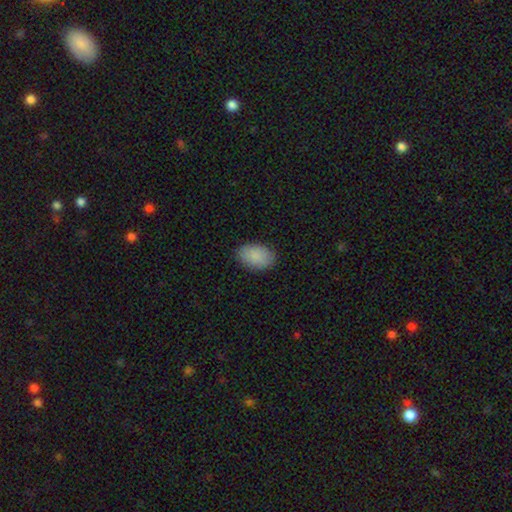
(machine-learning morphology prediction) The model was most divided on "merging": none: 87%, minor disturbance: 10%, major disturbance: 2%, merger: 1%. More confident: how rounded — in between (89%); smooth or featured — smooth (89%).